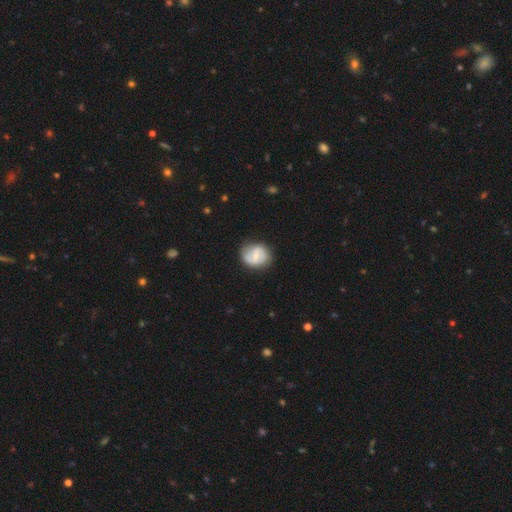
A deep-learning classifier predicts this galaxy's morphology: Smooth or featured: featured or disk — 55% (smooth — 39%)
Edge-on disk: no — 98% (yes — 2%)
Bar: weak — 52% (no — 30%)
Spiral arms: yes — 80% (no — 20%)
Bulge size: small — 54% (moderate — 30%)
Merging: none — 75% (minor disturbance — 18%)